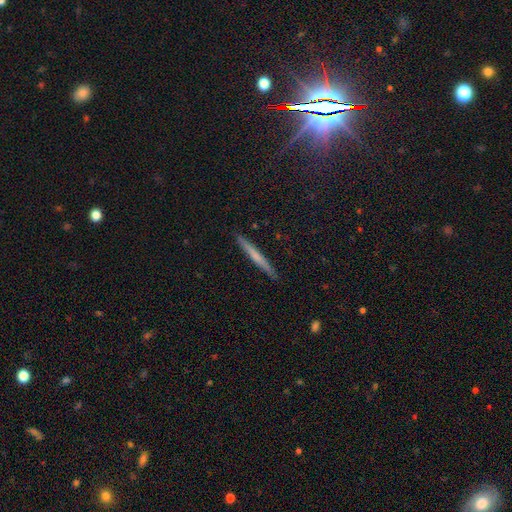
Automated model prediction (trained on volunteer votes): smooth 52%, featured or disk 41%, star or artifact 7%. Down the decision tree: how rounded — cigar-shaped (96%); merging — none (91%).